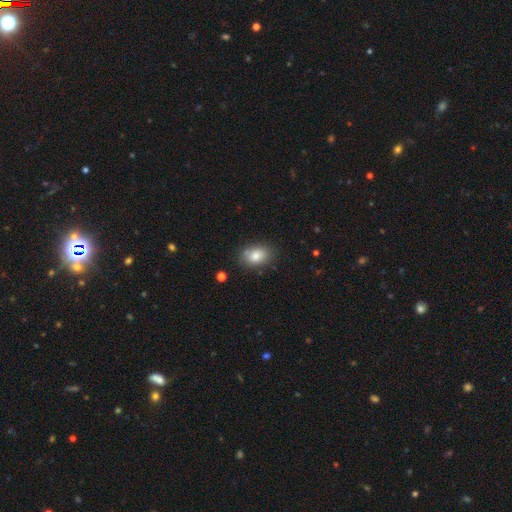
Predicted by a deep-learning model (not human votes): smooth 82%, featured or disk 9%, star or artifact 8%. Down the decision tree: how rounded — in between (79%); merging — none (80%).